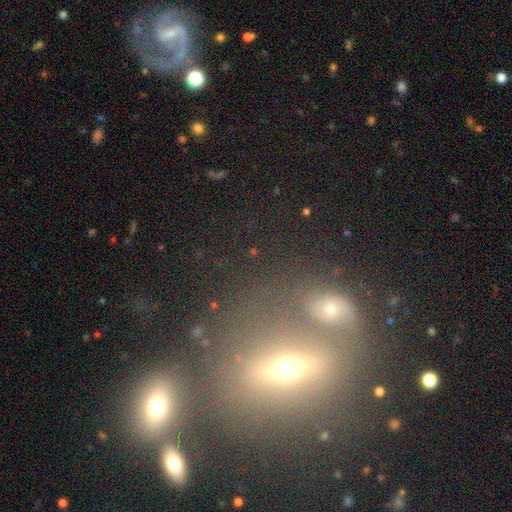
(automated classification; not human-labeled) smooth_or_featured: smooth (p=0.39) [alt: featured or disk p=0.34]
merging: none (p=0.50) [alt: merger p=0.31]